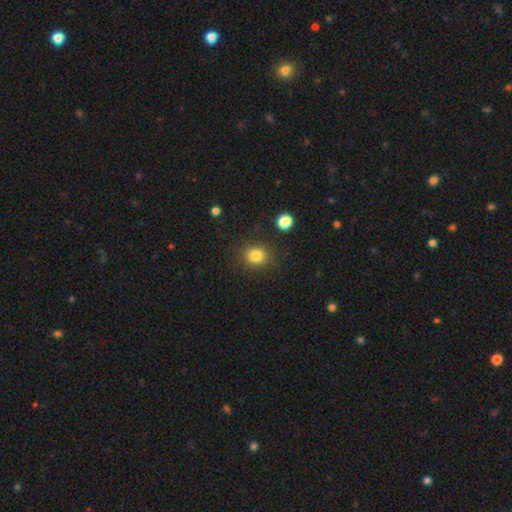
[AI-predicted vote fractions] This is clearly a smooth galaxy (83%). How rounded: likely round (80%). Merging: clearly none (85%).